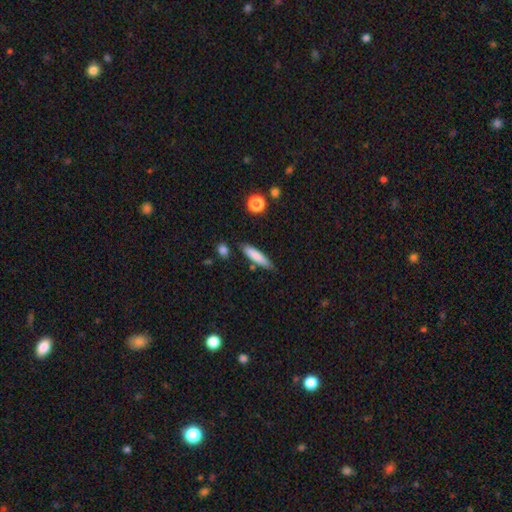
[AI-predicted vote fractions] Q: Smooth or featured?
A: smooth (80%); runner-up: featured or disk (13%)
Q: How rounded?
A: cigar-shaped (80%); runner-up: in between (19%)
Q: Merging?
A: none (80%); runner-up: minor disturbance (13%)